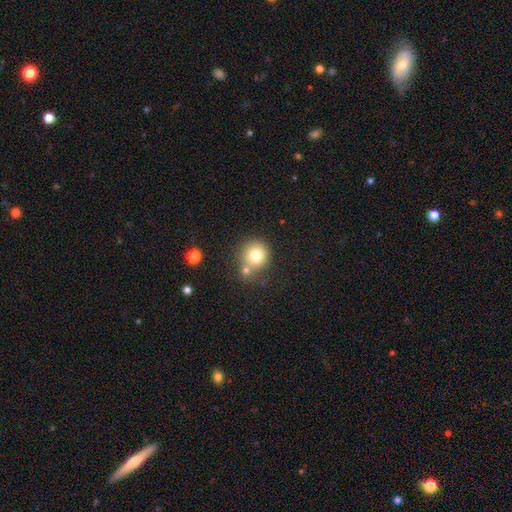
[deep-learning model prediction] Q: Smooth or featured?
A: smooth (77%); runner-up: star or artifact (11%)
Q: How rounded?
A: round (89%); runner-up: in between (10%)
Q: Merging?
A: none (60%); runner-up: merger (25%)